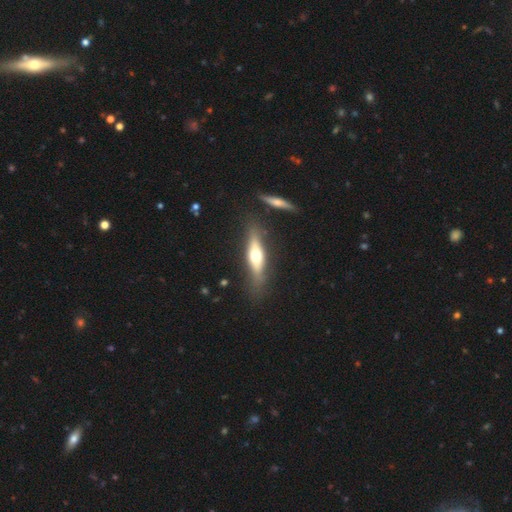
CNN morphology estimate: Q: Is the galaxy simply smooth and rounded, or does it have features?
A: featured or disk — 52%.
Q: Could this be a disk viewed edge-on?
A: yes — 85%.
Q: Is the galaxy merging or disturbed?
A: none — 75%.